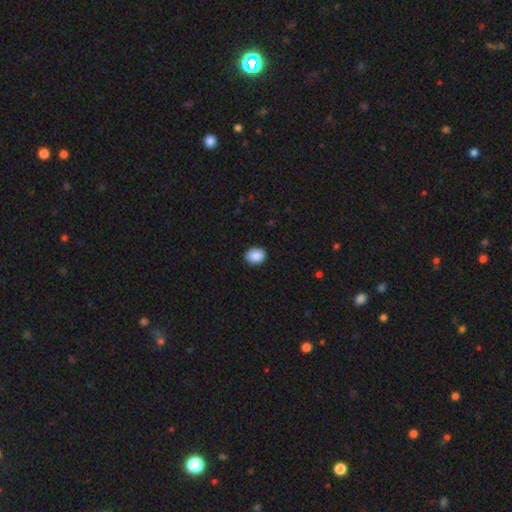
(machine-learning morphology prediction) smooth-or-featured: smooth: 90% | star or artifact: 7% | featured or disk: 3%
  how-rounded: in between: 55% | round: 44% | cigar-shaped: 1%
  merging: none: 90% | minor disturbance: 8% | major disturbance: 2% | merger: 1%